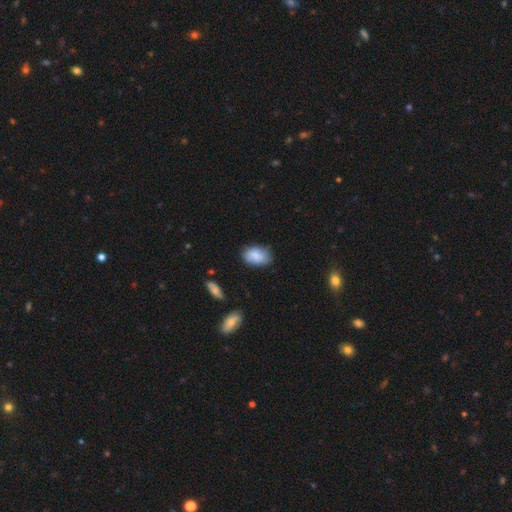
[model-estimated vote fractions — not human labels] Morphology: type=smooth (85%); roundness=in between (89%); merging=none (73%).